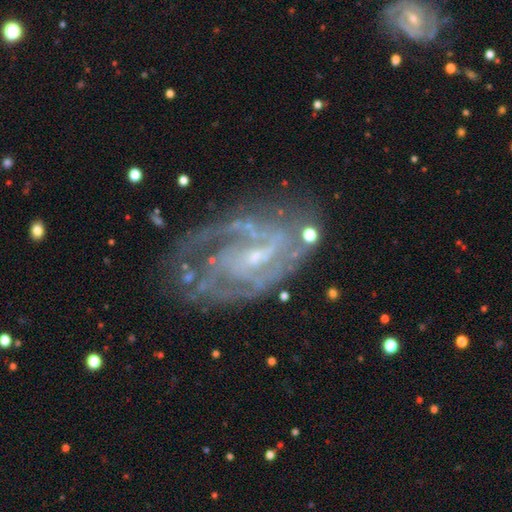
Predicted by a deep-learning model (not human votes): Morphology: type=featured or disk (86%); edge-on=no (96%); bar=weak (47%); spiral arms=yes (92%); winding=tight (48%); arm count=2 (33%); bulge=small (68%); merging=none (62%).